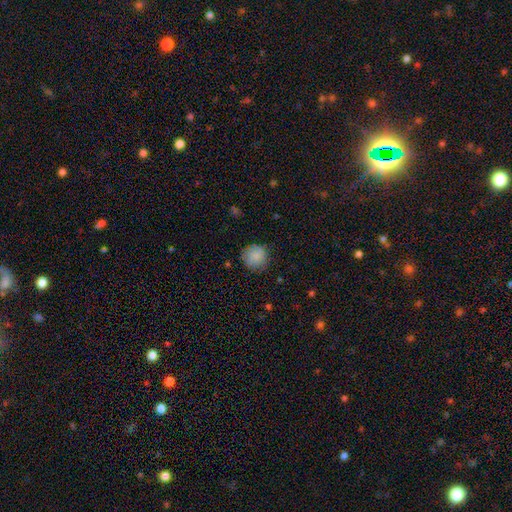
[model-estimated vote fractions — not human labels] Smooth or featured?
  - smooth: 84% *
  - featured or disk: 8%
  - star or artifact: 8%
How rounded?
  - round: 92% *
  - in between: 7%
  - cigar-shaped: 1%
Merging?
  - none: 80% *
  - minor disturbance: 15%
  - major disturbance: 4%
  - merger: 1%